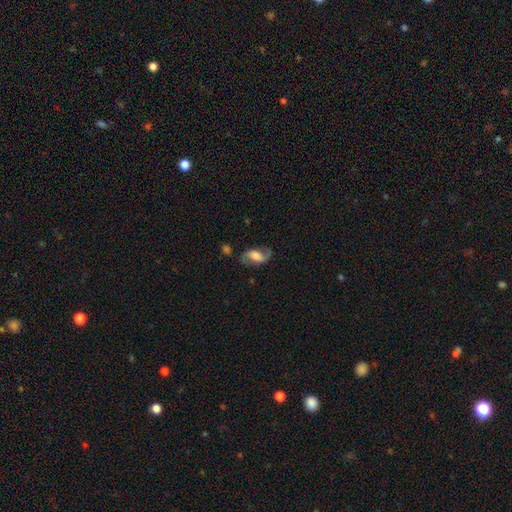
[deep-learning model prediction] featured or disk 60%, smooth 32%, star or artifact 8%. Down the decision tree: edge-on disk — no (95%); bar — weak (39%); spiral arms — yes (87%); bulge size — large (40%); merging — none (67%).